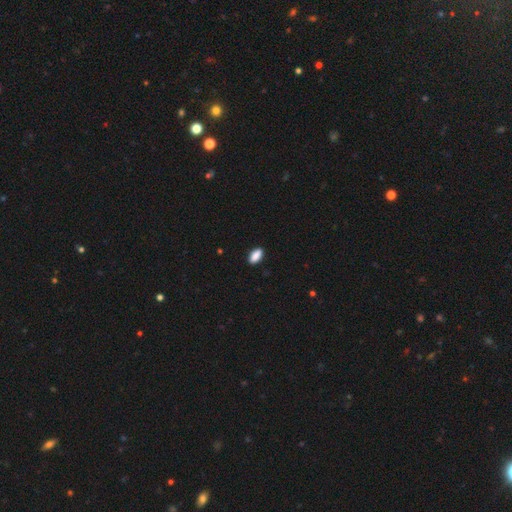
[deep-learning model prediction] Overall: smooth (89%). How rounded: in between (89%). Merging: none (89%).